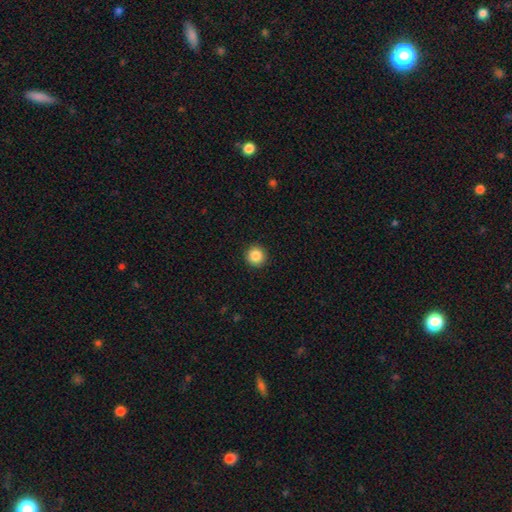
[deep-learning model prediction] smooth_or_featured: smooth (p=0.87) [alt: star or artifact p=0.09]
how_rounded: round (p=0.95) [alt: in between p=0.04]
merging: none (p=0.93) [alt: minor disturbance p=0.05]